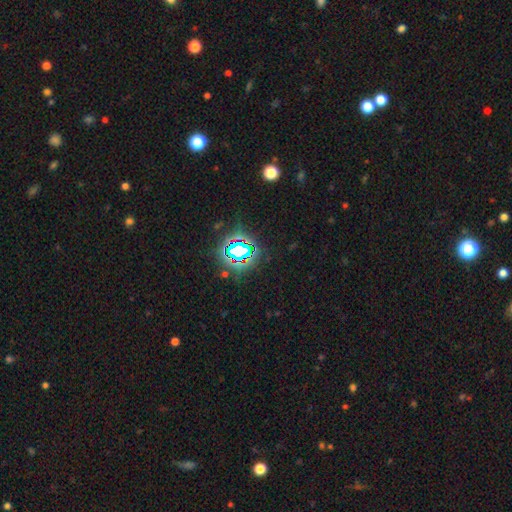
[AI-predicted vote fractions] star or artifact 81%, smooth 12%, featured or disk 7%.